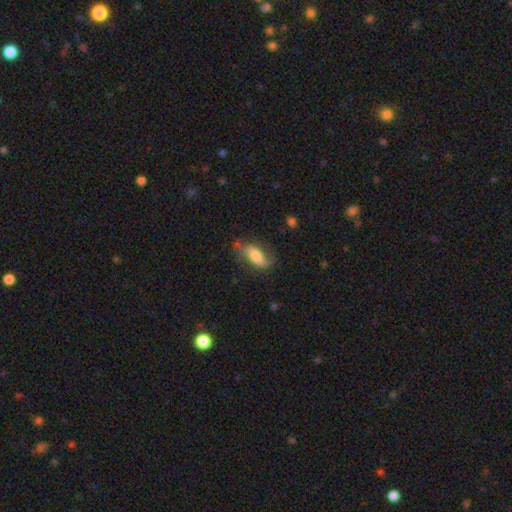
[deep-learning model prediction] The model was most divided on "smooth or featured": smooth: 53%, featured or disk: 40%, star or artifact: 7%. More confident: how rounded — in between (72%); merging — none (60%).